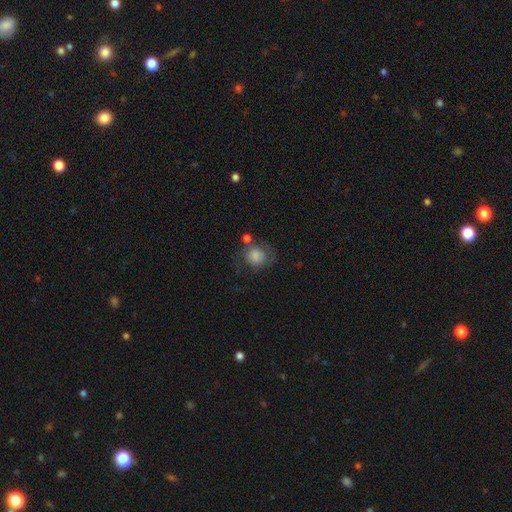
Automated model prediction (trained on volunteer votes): A smooth galaxy with no disk features (78%) that is round (76%).

Vote fractions:
- Smooth or featured? smooth: 78% / featured or disk: 13% / star or artifact: 9%
- How rounded? round: 76% / in between: 23% / cigar-shaped: 1%
- Merging? none: 56% / minor disturbance: 21% / major disturbance: 13% / merger: 10%